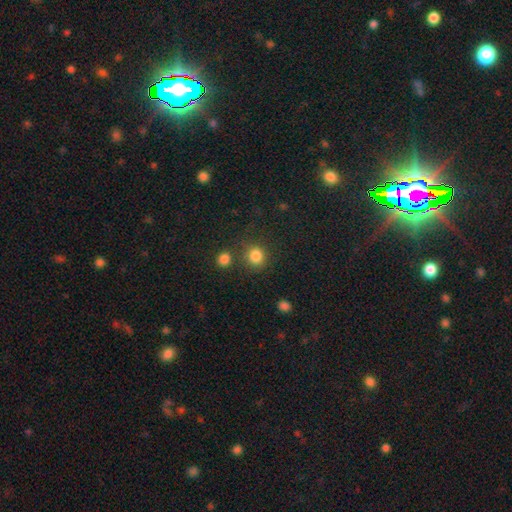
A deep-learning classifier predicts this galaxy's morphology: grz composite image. It shows a smooth galaxy with no disk features (83%) that is round (84%). Merging: none (74%).